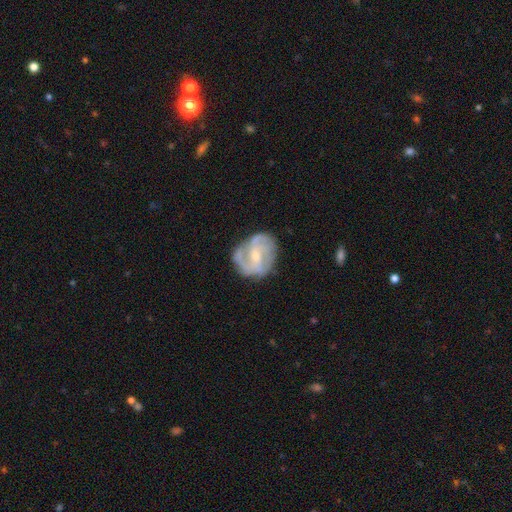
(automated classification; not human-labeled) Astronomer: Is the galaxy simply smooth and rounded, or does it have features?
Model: featured or disk — 79%.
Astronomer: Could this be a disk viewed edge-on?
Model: no — 98%.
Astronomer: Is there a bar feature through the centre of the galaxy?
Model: weak — 47% (runner-up: no, 41%).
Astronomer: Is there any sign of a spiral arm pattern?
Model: yes — 89%.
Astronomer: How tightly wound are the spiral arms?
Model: medium — 46% (runner-up: tight, 33%).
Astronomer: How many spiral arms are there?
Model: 2 — 34% (runner-up: 3, 28%).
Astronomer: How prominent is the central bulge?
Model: small — 55% (runner-up: moderate, 39%).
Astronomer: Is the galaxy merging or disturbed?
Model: none — 65%.